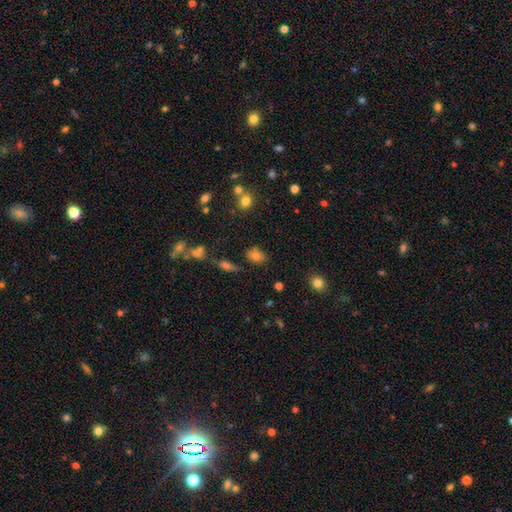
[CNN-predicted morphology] type=smooth (74%); roundness=in between (67%); merging=none (70%).